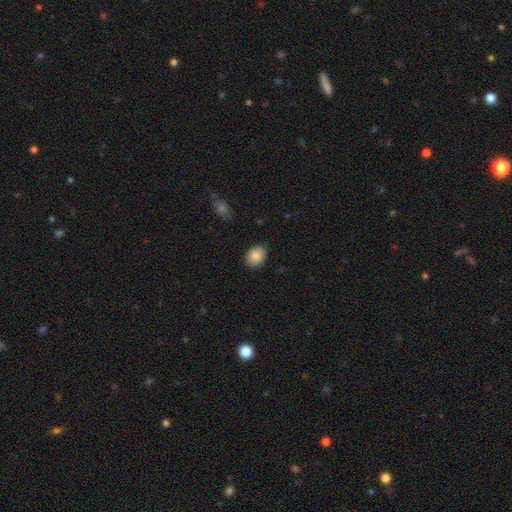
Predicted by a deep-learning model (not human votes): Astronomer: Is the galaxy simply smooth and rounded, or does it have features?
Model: smooth — 88%.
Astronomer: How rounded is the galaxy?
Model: in between — 54% (runner-up: round, 45%).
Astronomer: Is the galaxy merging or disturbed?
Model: none — 85%.